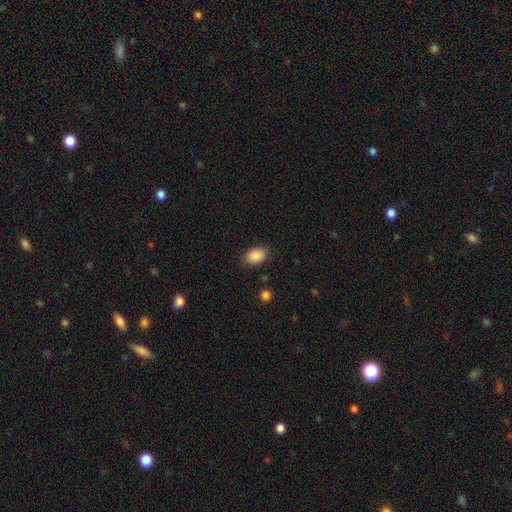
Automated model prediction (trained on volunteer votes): smooth 89%, star or artifact 8%, featured or disk 4%. Down the decision tree: how rounded — in between (84%); merging — none (83%).